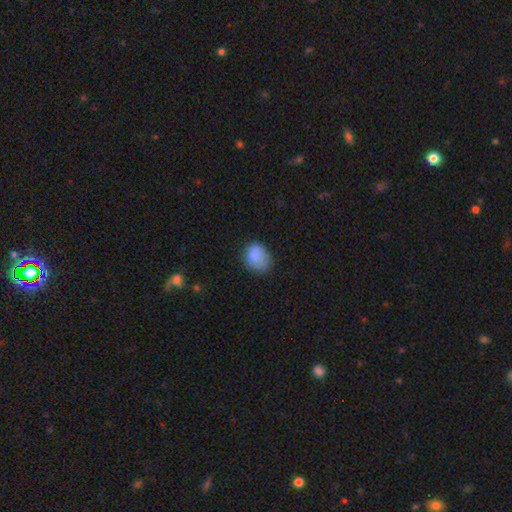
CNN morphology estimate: smooth-or-featured: smooth: 84% | star or artifact: 8% | featured or disk: 8%
  how-rounded: in between: 55% | round: 44% | cigar-shaped: 1%
  merging: none: 67% | minor disturbance: 25% | major disturbance: 6% | merger: 1%